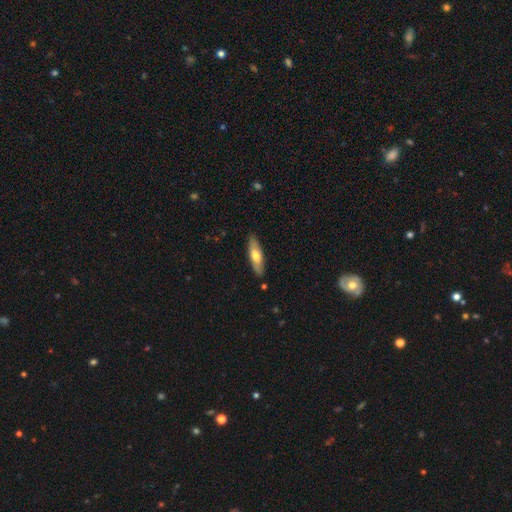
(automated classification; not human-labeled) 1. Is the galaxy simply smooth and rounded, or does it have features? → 59% smooth, 36% featured or disk, 6% star or artifact.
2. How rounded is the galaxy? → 56% cigar-shaped, 43% in between, 2% round.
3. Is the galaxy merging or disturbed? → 86% none, 10% minor disturbance, 2% major disturbance, 1% merger.